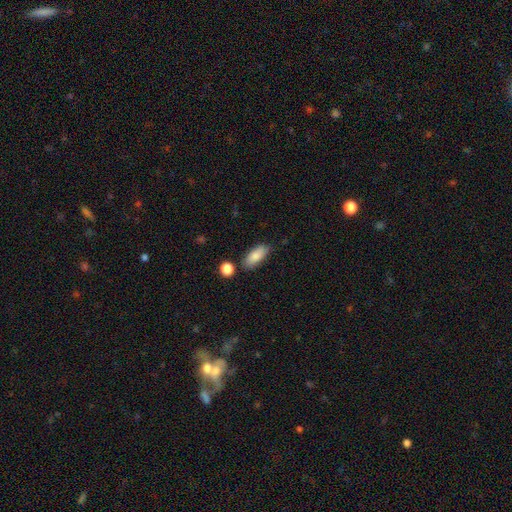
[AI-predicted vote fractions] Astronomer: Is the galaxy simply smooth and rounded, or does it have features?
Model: smooth — 84%.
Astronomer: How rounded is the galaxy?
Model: in between — 85%.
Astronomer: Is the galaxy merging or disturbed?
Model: none — 78%.